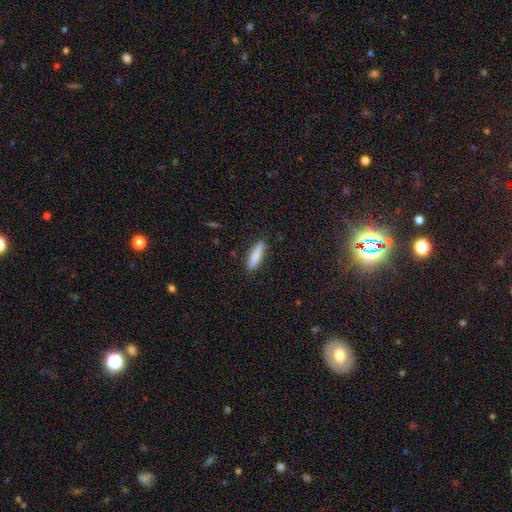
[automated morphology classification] Smooth or featured: smooth — 83% (featured or disk — 11%)
How rounded: cigar-shaped — 76% (in between — 23%)
Merging: none — 88% (minor disturbance — 9%)